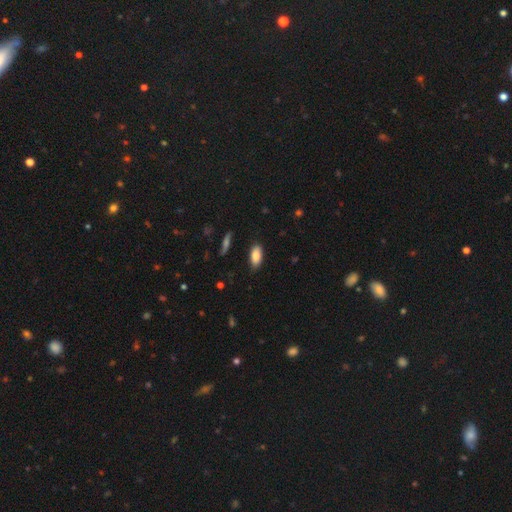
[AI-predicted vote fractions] Smooth or featured? Predicted: smooth (p=0.84). How rounded? Predicted: in between (p=0.88). Merging? Predicted: none (p=0.85).